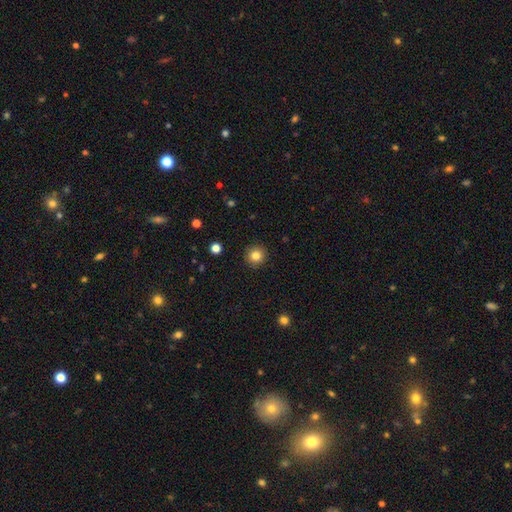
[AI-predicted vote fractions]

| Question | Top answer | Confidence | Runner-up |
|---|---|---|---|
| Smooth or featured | smooth | 82% | star or artifact (11%) |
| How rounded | round | 95% | in between (5%) |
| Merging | none | 92% | minor disturbance (5%) |